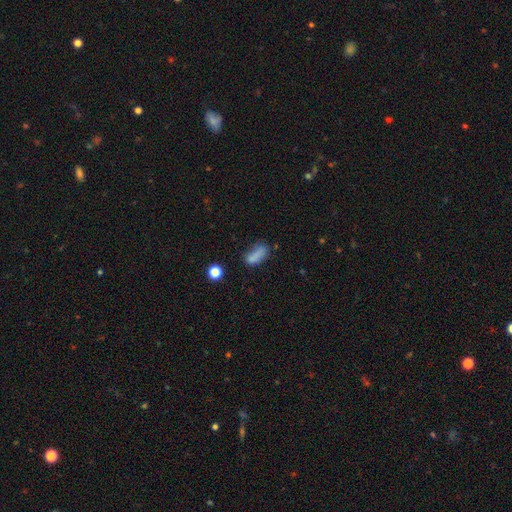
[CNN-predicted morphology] The model was most divided on "merging": none: 44%, minor disturbance: 27%, major disturbance: 18%, merger: 11%. More confident: how rounded — in between (79%); smooth or featured — smooth (75%).